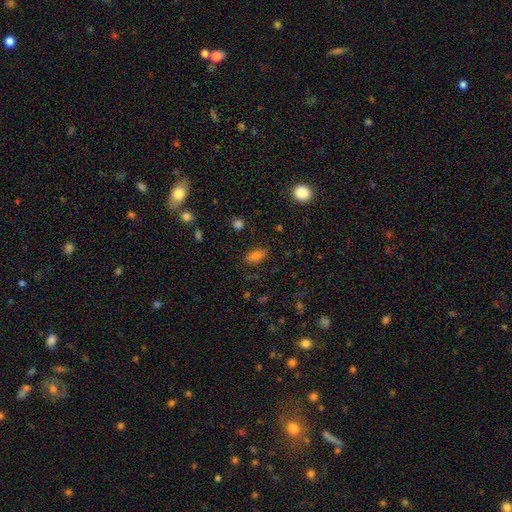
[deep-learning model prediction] Smooth or featured: smooth — 77% (star or artifact — 13%)
How rounded: in between — 86% (cigar-shaped — 8%)
Merging: none — 80% (minor disturbance — 14%)